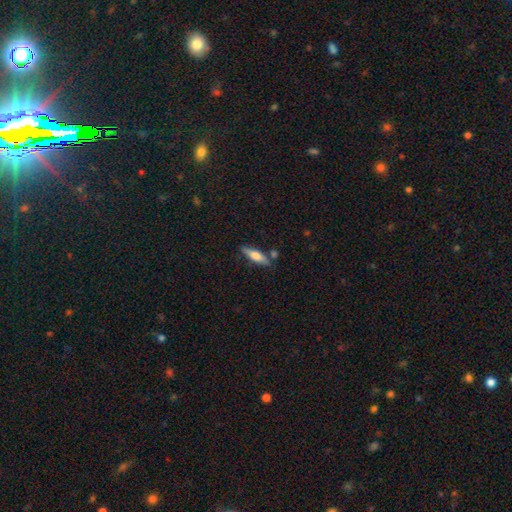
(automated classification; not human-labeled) This is possibly a smooth galaxy (59%). How rounded: likely cigar-shaped (63%). Merging: likely none (78%).